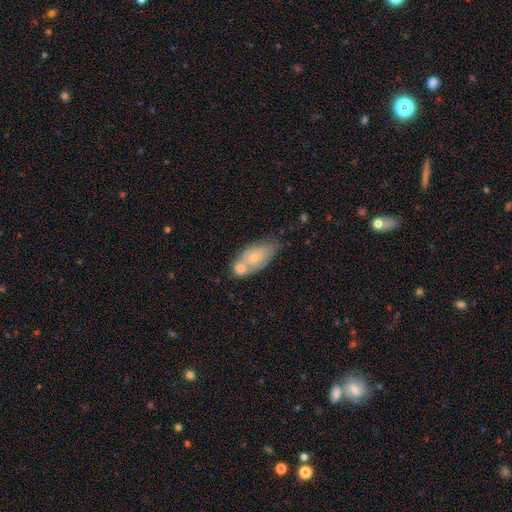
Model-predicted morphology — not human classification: Smooth or featured?
  - smooth: 66% *
  - featured or disk: 28%
  - star or artifact: 6%
How rounded?
  - in between: 88% *
  - cigar-shaped: 6%
  - round: 6%
Merging?
  - merger: 46% *
  - none: 31%
  - minor disturbance: 16%
  - major disturbance: 6%